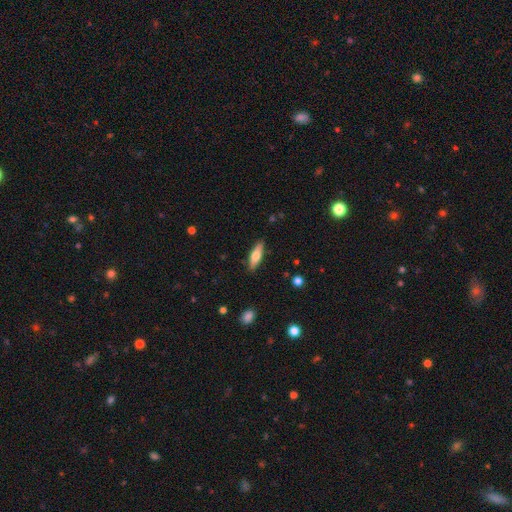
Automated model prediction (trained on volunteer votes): Smooth or featured: smooth — 65% (featured or disk — 29%)
How rounded: cigar-shaped — 55% (in between — 43%)
Merging: none — 87% (minor disturbance — 10%)